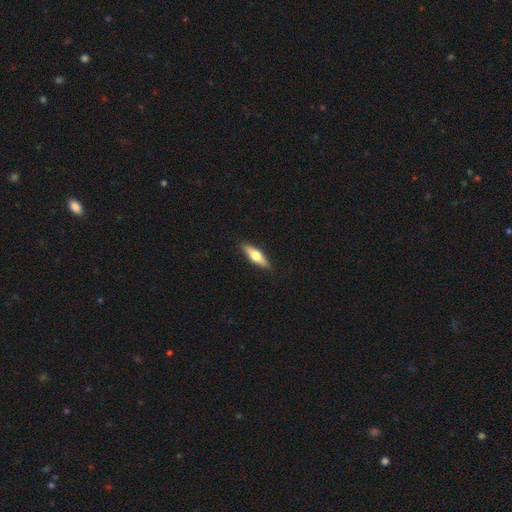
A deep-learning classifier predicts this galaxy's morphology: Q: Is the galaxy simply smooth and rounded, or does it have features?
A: featured or disk — 48%.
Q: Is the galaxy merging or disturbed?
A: none — 90%.